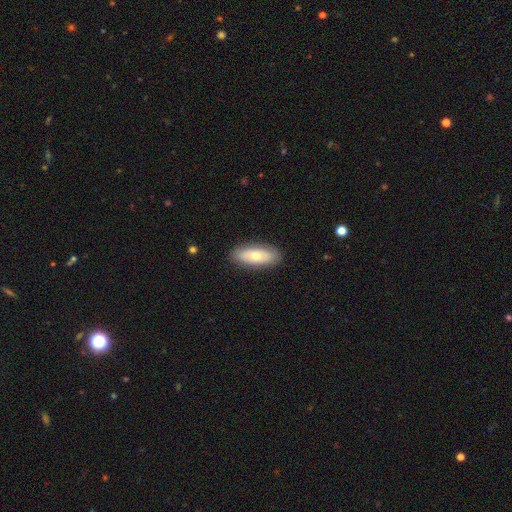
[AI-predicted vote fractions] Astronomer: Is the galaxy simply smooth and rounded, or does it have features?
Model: smooth — 62%.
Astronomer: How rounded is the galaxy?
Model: in between — 75%.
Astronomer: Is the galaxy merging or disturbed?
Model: none — 89%.